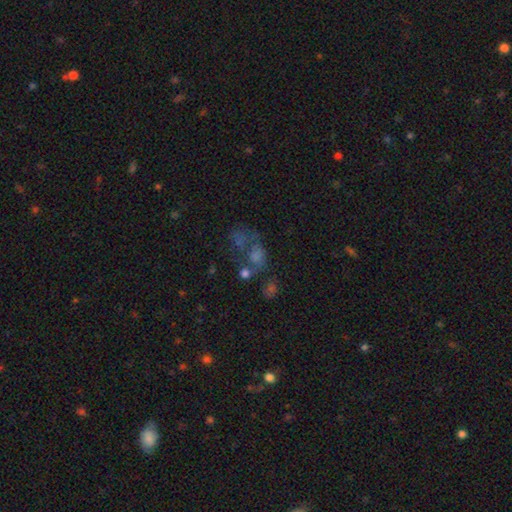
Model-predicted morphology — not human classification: smooth-or-featured: smooth: 35% | star or artifact: 33% | featured or disk: 32%
  merging: none: 32% | merger: 31% | major disturbance: 24% | minor disturbance: 13%